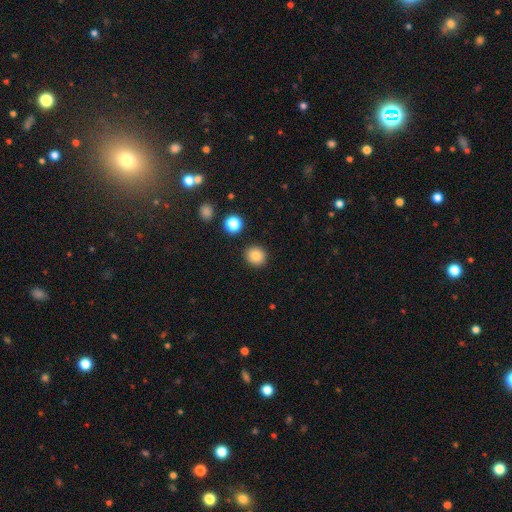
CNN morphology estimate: Smooth or featured?
  - smooth: 84% *
  - star or artifact: 11%
  - featured or disk: 5%
How rounded?
  - round: 86% *
  - in between: 13%
  - cigar-shaped: 1%
Merging?
  - none: 90% *
  - minor disturbance: 6%
  - major disturbance: 2%
  - merger: 2%